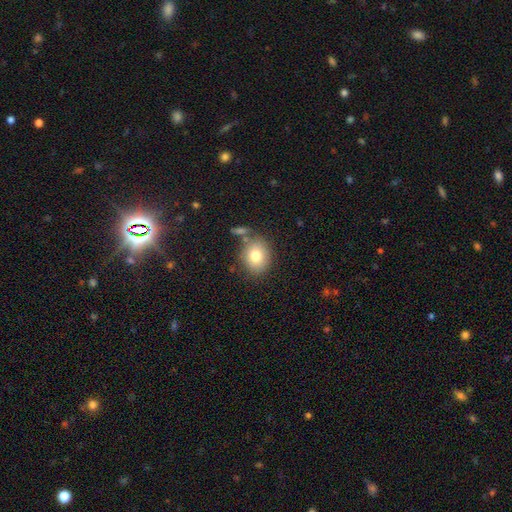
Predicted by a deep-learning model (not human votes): A smooth galaxy with no disk features (78%) that is round (64%). Merging: none (72%).